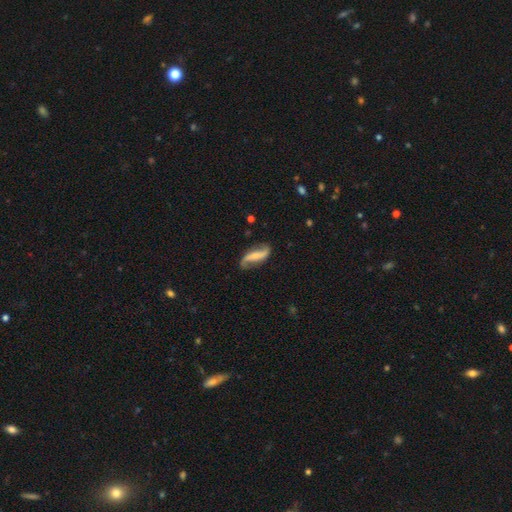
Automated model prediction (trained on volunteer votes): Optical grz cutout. It shows a featured or disk galaxy (74%) with a strong bar (40%), 2 (91%) loose (78%) spiral arms (93%) and a small central bulge (44%). Merging: none (73%).